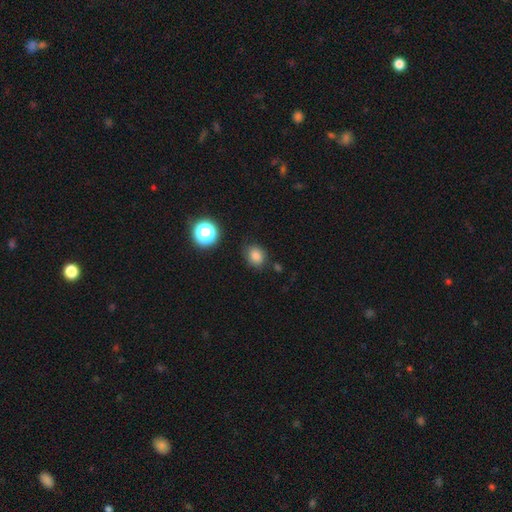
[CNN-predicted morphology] This is clearly a smooth galaxy (81%). How rounded: likely round (64%). Merging: clearly none (80%).